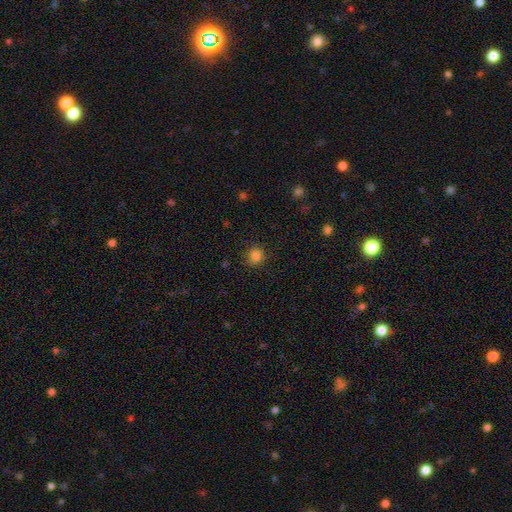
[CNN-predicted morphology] smooth_or_featured: smooth (p=0.84) [alt: star or artifact p=0.12]
how_rounded: round (p=0.86) [alt: in between p=0.13]
merging: none (p=0.84) [alt: minor disturbance p=0.11]